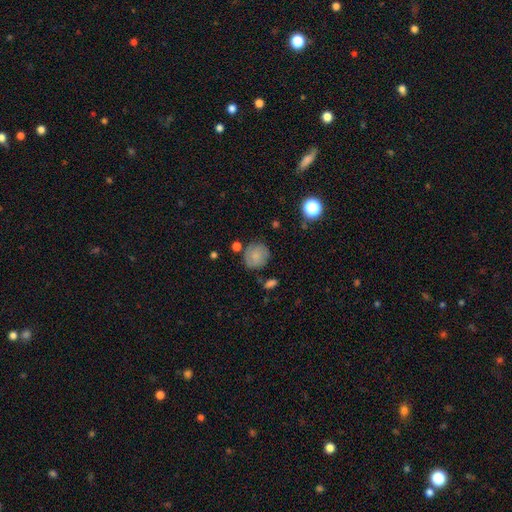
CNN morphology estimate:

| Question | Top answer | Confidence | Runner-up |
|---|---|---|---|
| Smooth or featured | smooth | 71% | featured or disk (20%) |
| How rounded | round | 84% | in between (15%) |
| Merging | none | 72% | minor disturbance (18%) |